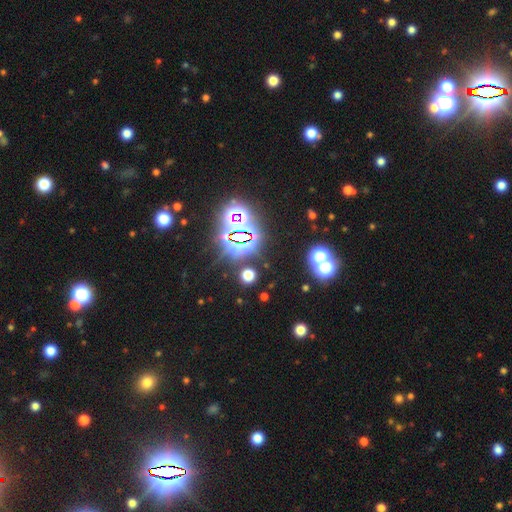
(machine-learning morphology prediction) This is clearly a star or artifact rather than a galaxy (81%).